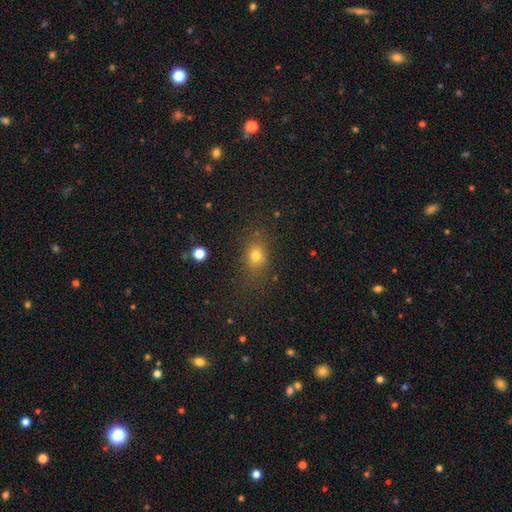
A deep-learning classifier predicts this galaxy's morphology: smooth_or_featured: smooth (p=0.76) [alt: star or artifact p=0.14]
how_rounded: in between (p=0.61) [alt: round p=0.36]
merging: none (p=0.76) [alt: minor disturbance p=0.15]